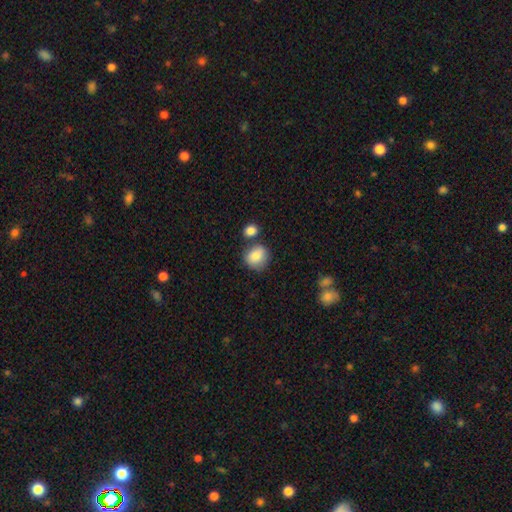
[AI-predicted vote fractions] Q: Smooth or featured?
A: smooth (83%); runner-up: star or artifact (8%)
Q: How rounded?
A: round (75%); runner-up: in between (24%)
Q: Merging?
A: none (63%); runner-up: merger (17%)